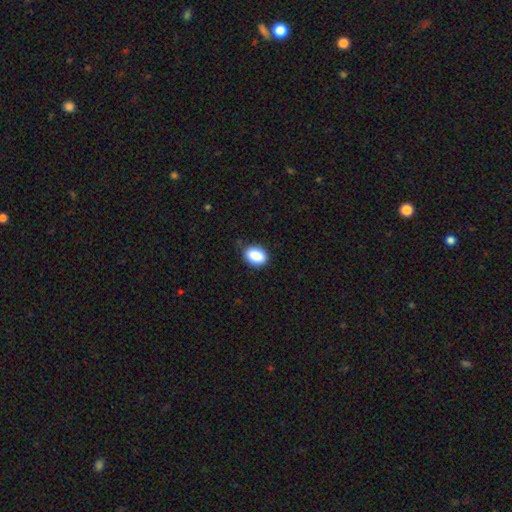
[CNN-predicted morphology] The model was most divided on "how rounded": in between: 79%, round: 20%, cigar-shaped: 1%. More confident: smooth or featured — smooth (88%); merging — none (83%).